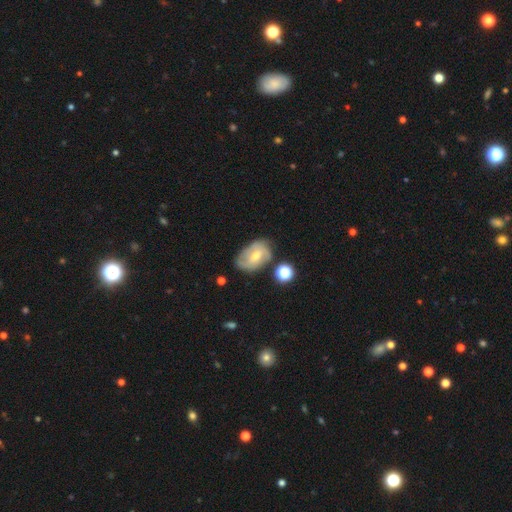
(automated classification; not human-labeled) smooth_or_featured: featured or disk (p=0.58) [alt: smooth p=0.34]
disk_edge_on: no (p=0.95) [alt: yes p=0.05]
bar: no (p=0.46) [alt: weak p=0.42]
has_spiral_arms: yes (p=0.78) [alt: no p=0.22]
bulge_size: small (p=0.52) [alt: moderate p=0.44]
merging: none (p=0.60) [alt: minor disturbance p=0.25]